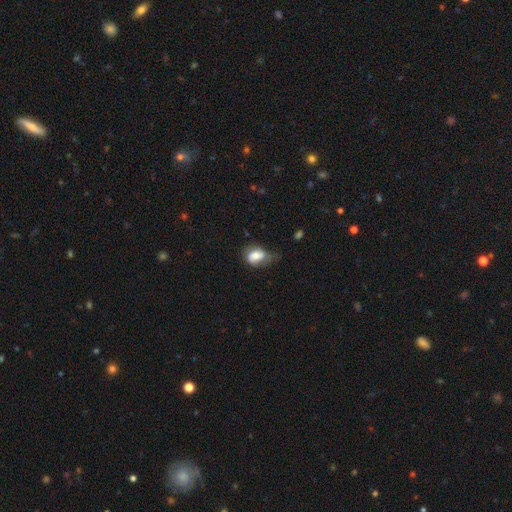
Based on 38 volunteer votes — A smooth galaxy with no disk features (53%) that is in between round and cigar-shaped (60%). Merging: minor disturbance (35%, tied with major disturbance).